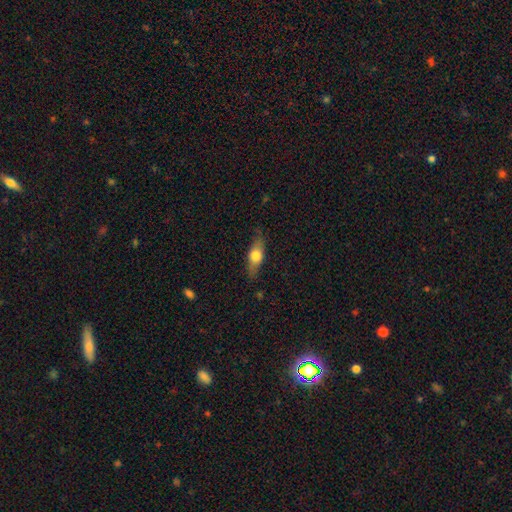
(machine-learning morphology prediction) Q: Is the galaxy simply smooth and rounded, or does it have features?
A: smooth — 60%.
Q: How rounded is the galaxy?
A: in between — 61%.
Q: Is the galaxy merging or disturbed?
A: none — 80%.